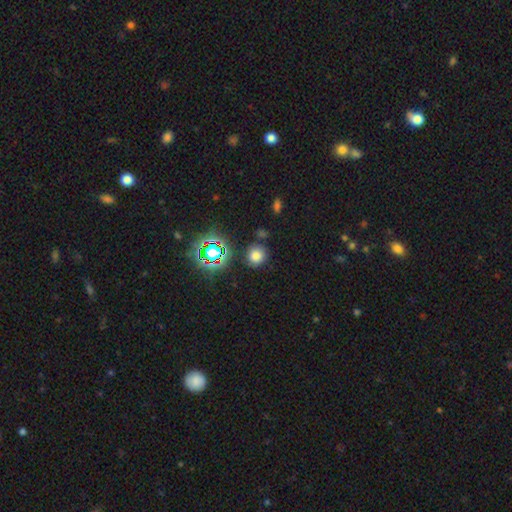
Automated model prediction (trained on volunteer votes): smooth-or-featured: smooth: 71% | star or artifact: 22% | featured or disk: 7%
  how-rounded: round: 87% | in between: 12% | cigar-shaped: 1%
  merging: none: 82% | minor disturbance: 10% | merger: 5% | major disturbance: 3%